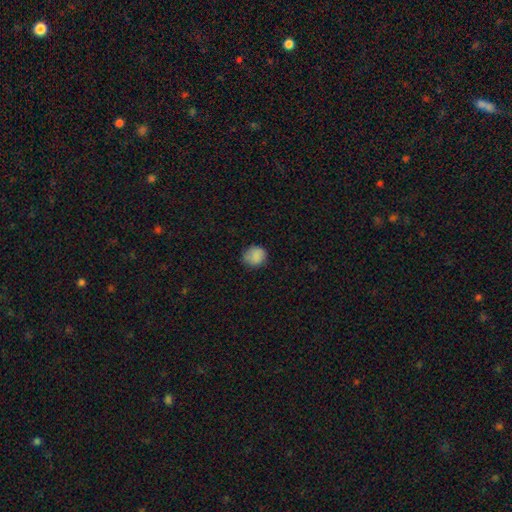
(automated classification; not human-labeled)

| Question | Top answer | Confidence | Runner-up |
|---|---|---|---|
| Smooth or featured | smooth | 86% | star or artifact (9%) |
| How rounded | round | 76% | in between (23%) |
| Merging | none | 72% | minor disturbance (22%) |